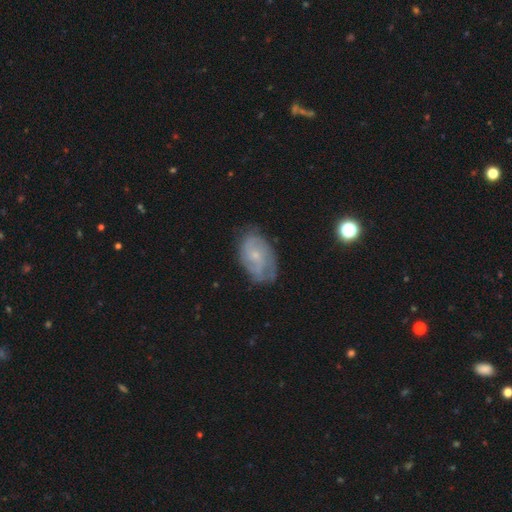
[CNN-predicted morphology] A featured or disk galaxy (68%) with no bar (72%), tight (49%) spiral arms (88%) and a small central bulge (74%). Merging: none (68%).